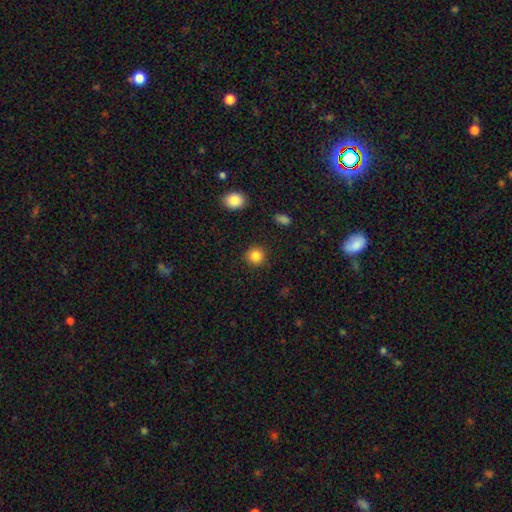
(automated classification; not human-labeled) Overall: smooth (86%). How rounded: round (92%). Merging: none (90%).